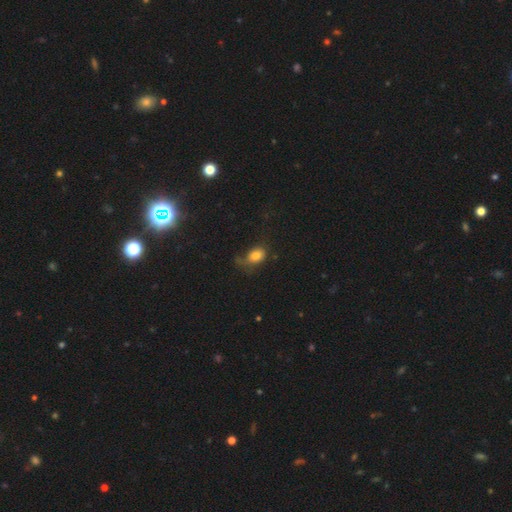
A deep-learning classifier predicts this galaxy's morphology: smooth_or_featured: smooth (p=0.80) [alt: featured or disk p=0.10]
how_rounded: in between (p=0.72) [alt: round p=0.26]
merging: none (p=0.43) [alt: minor disturbance p=0.30]